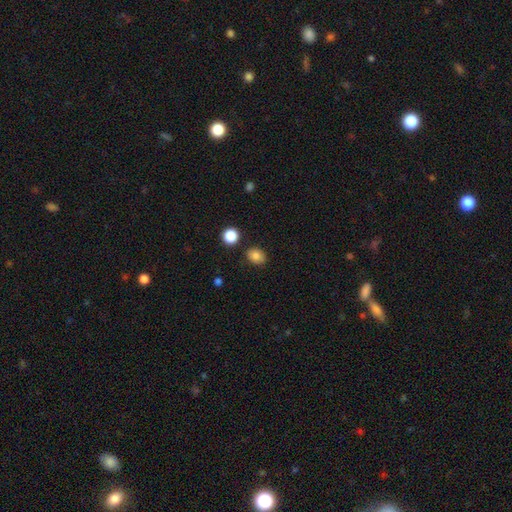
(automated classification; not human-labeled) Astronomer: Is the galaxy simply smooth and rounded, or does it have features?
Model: smooth — 83%.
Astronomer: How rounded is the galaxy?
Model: in between — 53% (runner-up: round, 46%).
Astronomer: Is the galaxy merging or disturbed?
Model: none — 85%.